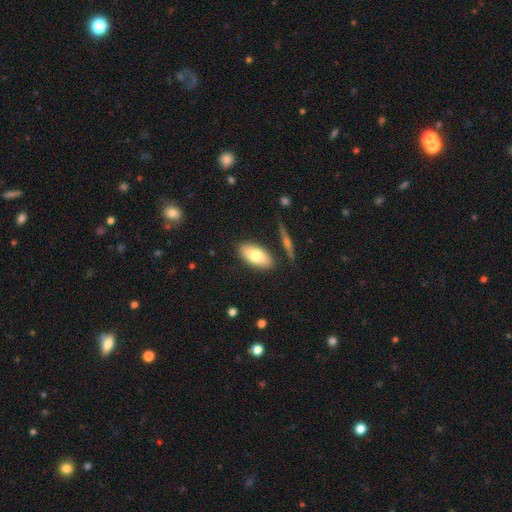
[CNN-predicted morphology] Smooth or featured? smooth (74%)
How rounded? in between (91%)
Merging? none (81%)